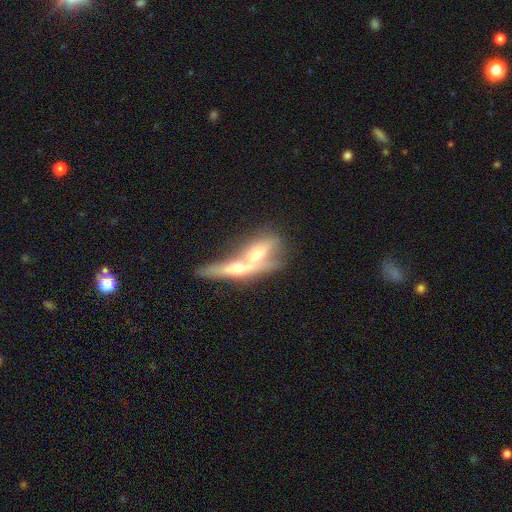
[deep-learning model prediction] smooth_or_featured: featured or disk (p=0.61) [alt: smooth p=0.30]
disk_edge_on: yes (p=0.54) [alt: no p=0.46]
merging: merger (p=0.72) [alt: none p=0.16]